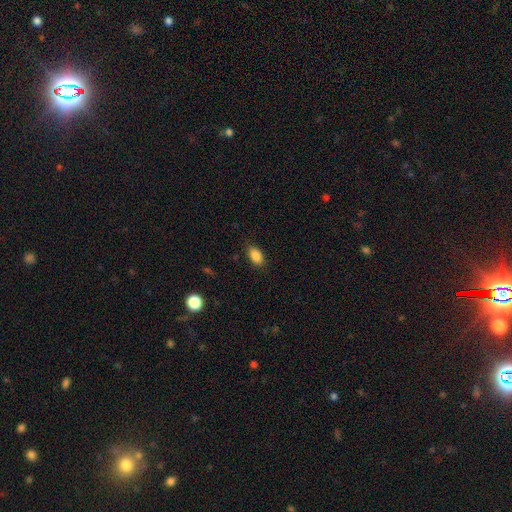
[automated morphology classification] This appears to be a smooth galaxy with no disk features (87%) that is in between round and cigar-shaped (89%). Merging: none (85%).